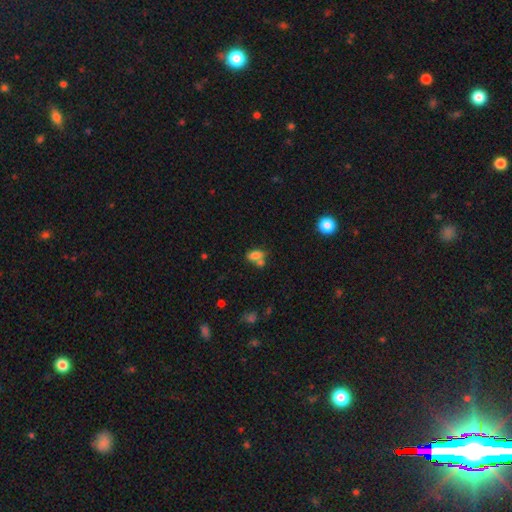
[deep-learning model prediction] Smooth or featured?
  - smooth: 77% *
  - star or artifact: 12%
  - featured or disk: 11%
How rounded?
  - in between: 84% *
  - round: 11%
  - cigar-shaped: 5%
Merging?
  - none: 43% *
  - merger: 38%
  - minor disturbance: 13%
  - major disturbance: 5%